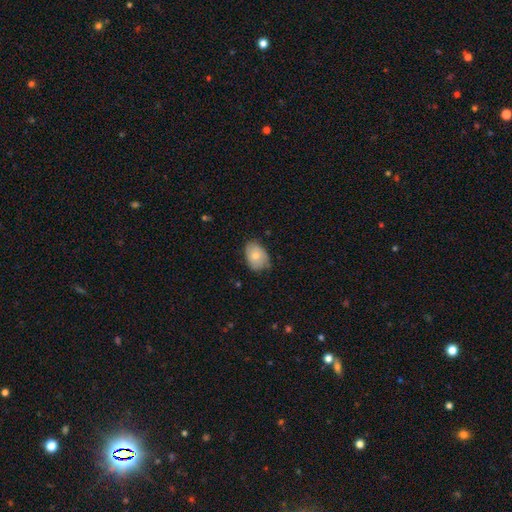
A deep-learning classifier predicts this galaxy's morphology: smooth-or-featured: smooth: 71% | featured or disk: 22% | star or artifact: 7%
  how-rounded: in between: 76% | round: 23% | cigar-shaped: 1%
  merging: none: 67% | minor disturbance: 28% | major disturbance: 5% | merger: 1%